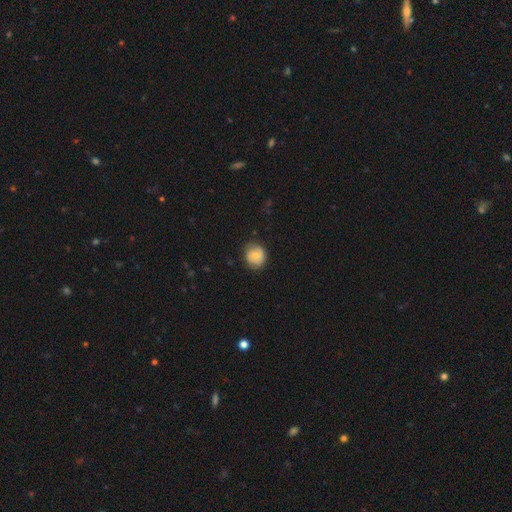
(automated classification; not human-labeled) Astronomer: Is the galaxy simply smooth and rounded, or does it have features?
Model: smooth — 70%.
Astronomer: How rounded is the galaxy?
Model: round — 79%.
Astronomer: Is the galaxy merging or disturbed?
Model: none — 78%.